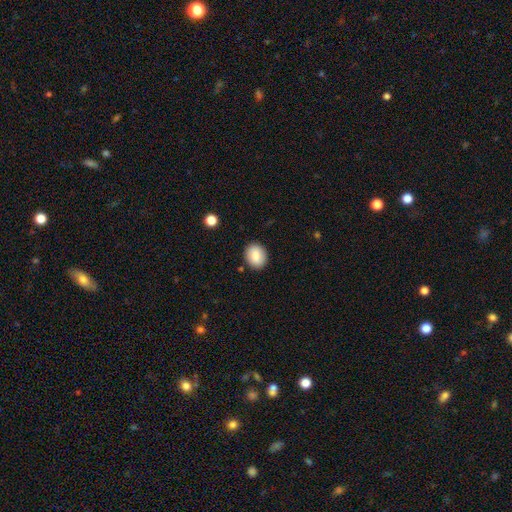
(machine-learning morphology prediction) smooth_or_featured: smooth (p=0.85) [alt: star or artifact p=0.08]
how_rounded: round (p=0.51) [alt: in between p=0.48]
merging: none (p=0.88) [alt: minor disturbance p=0.08]